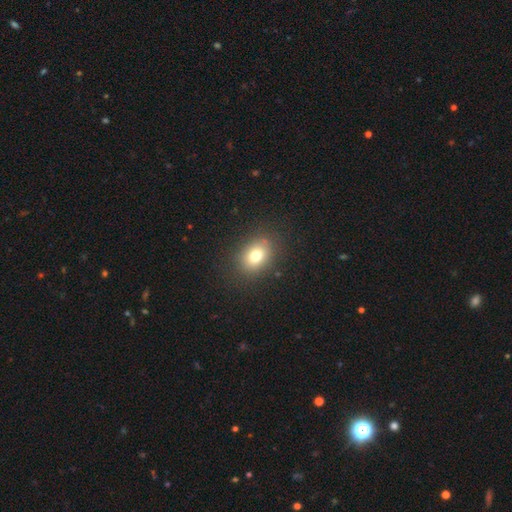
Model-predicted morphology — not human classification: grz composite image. It shows a smooth galaxy with no disk features (76%) that is in between round and cigar-shaped (63%). Merging: none (85%).